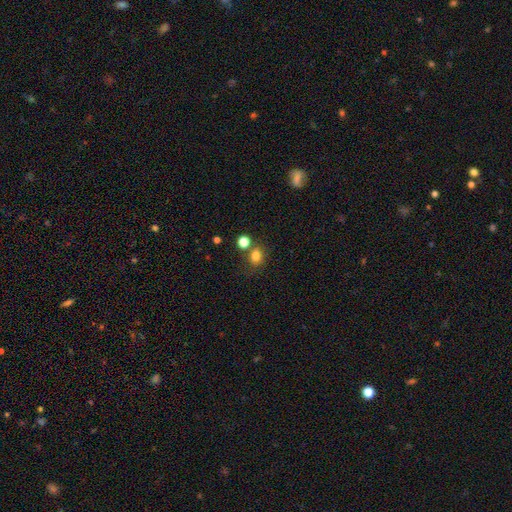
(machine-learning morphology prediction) smooth_or_featured: smooth (p=0.80) [alt: star or artifact p=0.14]
how_rounded: round (p=0.56) [alt: in between p=0.43]
merging: none (p=0.66) [alt: merger p=0.17]